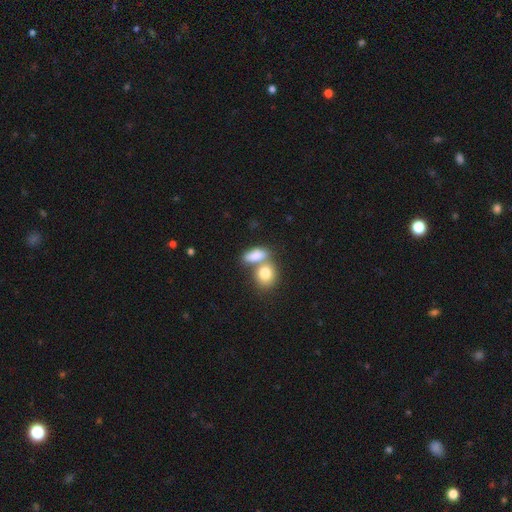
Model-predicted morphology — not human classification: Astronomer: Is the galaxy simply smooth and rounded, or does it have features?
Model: smooth — 82%.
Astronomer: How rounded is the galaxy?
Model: in between — 75%.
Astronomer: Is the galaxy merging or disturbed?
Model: merger — 51% (runner-up: none, 35%).